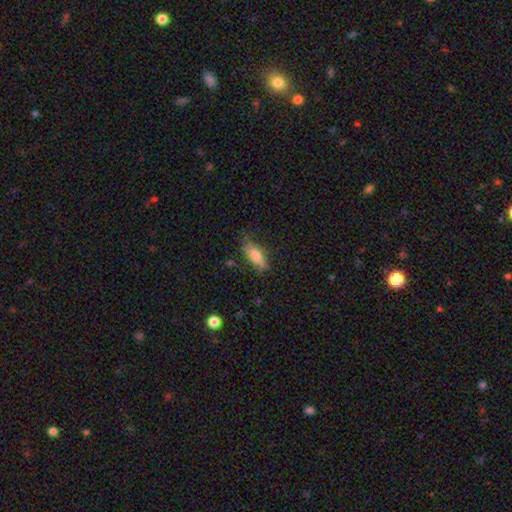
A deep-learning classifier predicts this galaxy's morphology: smooth-or-featured: smooth: 77% | featured or disk: 17% | star or artifact: 7%
  how-rounded: in between: 67% | cigar-shaped: 30% | round: 2%
  merging: none: 75% | minor disturbance: 19% | major disturbance: 4% | merger: 2%